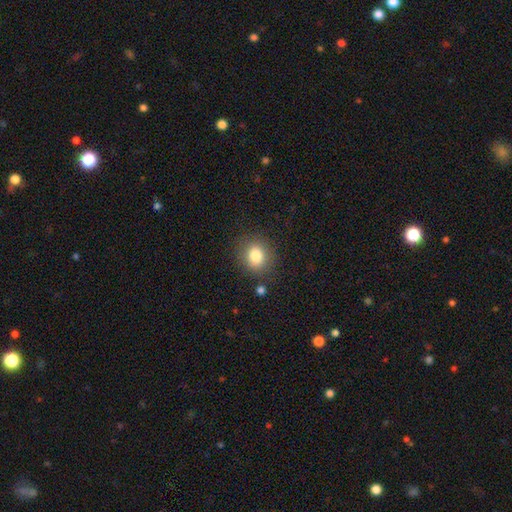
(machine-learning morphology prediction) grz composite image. It shows a smooth galaxy with no disk features (82%) that is round (71%). Merging: none (83%).